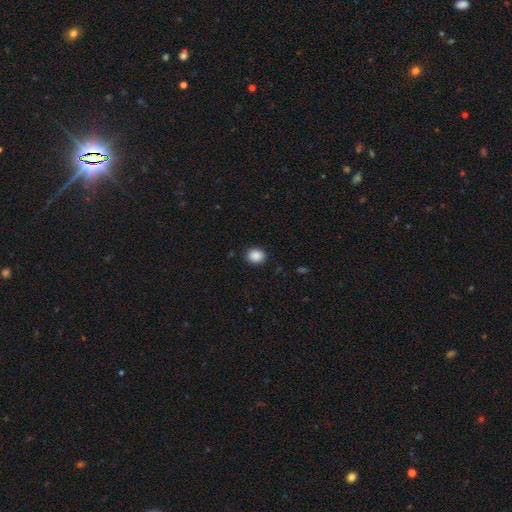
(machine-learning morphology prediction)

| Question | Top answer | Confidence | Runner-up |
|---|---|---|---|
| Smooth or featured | smooth | 89% | star or artifact (8%) |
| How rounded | round | 51% | in between (48%) |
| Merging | none | 89% | minor disturbance (8%) |